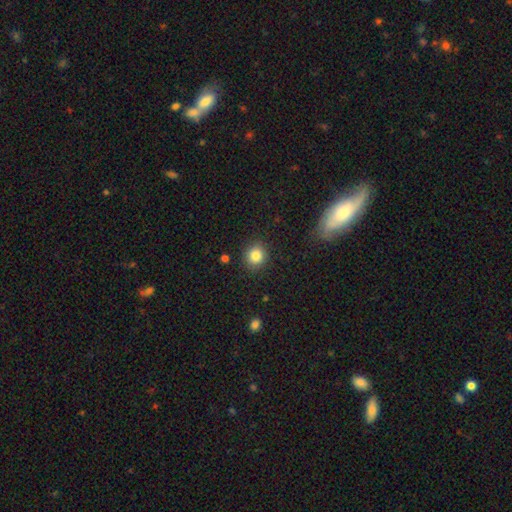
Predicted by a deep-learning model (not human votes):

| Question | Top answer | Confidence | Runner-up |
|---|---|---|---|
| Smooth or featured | smooth | 85% | star or artifact (10%) |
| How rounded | round | 83% | in between (16%) |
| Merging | none | 88% | minor disturbance (8%) |